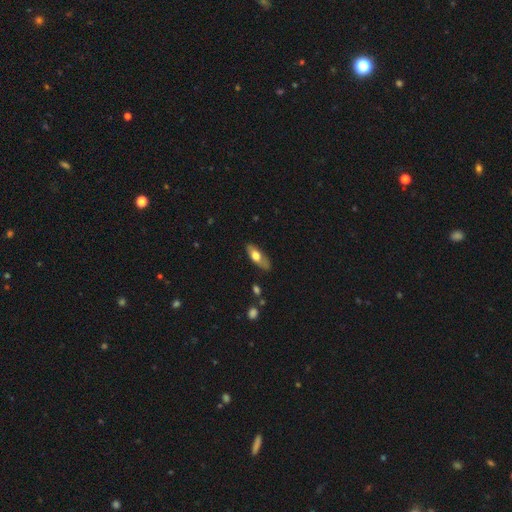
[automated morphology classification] smooth_or_featured: smooth (p=0.60) [alt: featured or disk p=0.34]
how_rounded: in between (p=0.66) [alt: cigar-shaped p=0.32]
merging: none (p=0.74) [alt: minor disturbance p=0.19]